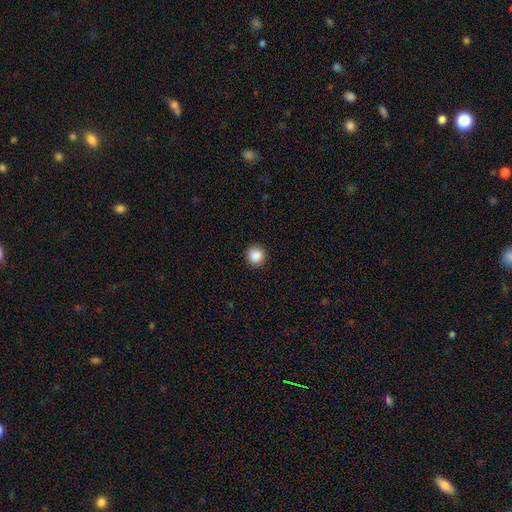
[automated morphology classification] Smooth or featured? Predicted: smooth (p=0.88). How rounded? Predicted: round (p=0.93). Merging? Predicted: none (p=0.91).